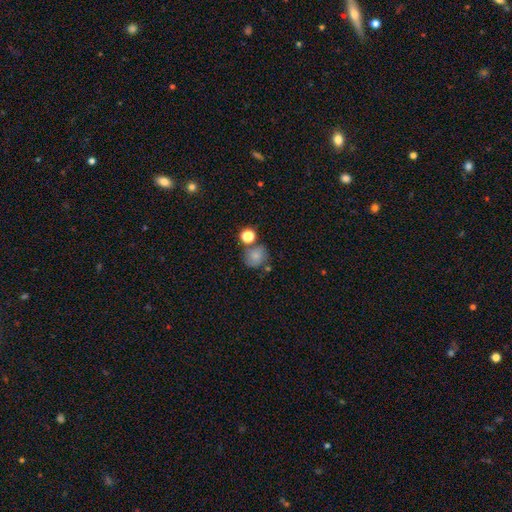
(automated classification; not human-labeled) A smooth galaxy with no disk features (70%) that is round (74%).

Vote fractions:
- Smooth or featured? smooth: 70% / featured or disk: 17% / star or artifact: 12%
- How rounded? round: 74% / in between: 25% / cigar-shaped: 1%
- Merging? none: 55% / merger: 20% / minor disturbance: 18% / major disturbance: 7%